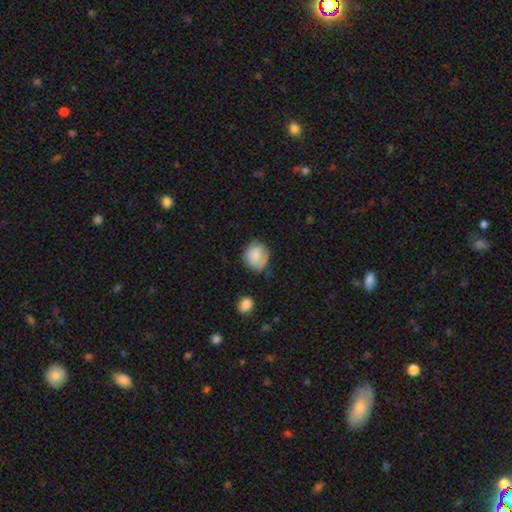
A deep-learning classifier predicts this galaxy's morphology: This appears to be a smooth galaxy with no disk features (81%) that is round (69%). Merging: none (60%).